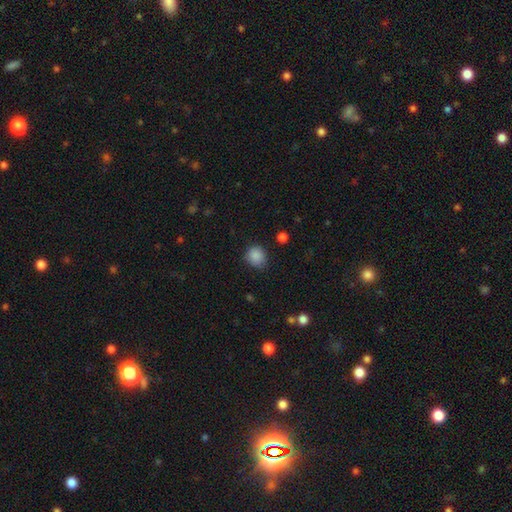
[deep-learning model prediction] smooth-or-featured: smooth: 86% | star or artifact: 10% | featured or disk: 4%
  how-rounded: round: 78% | in between: 21% | cigar-shaped: 1%
  merging: none: 73% | minor disturbance: 21% | major disturbance: 4% | merger: 2%